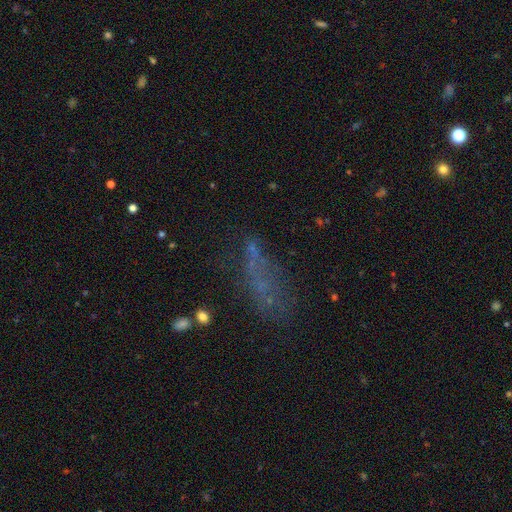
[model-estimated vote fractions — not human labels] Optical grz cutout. It shows a smooth galaxy with no disk features (41%). Merging: none (49%).